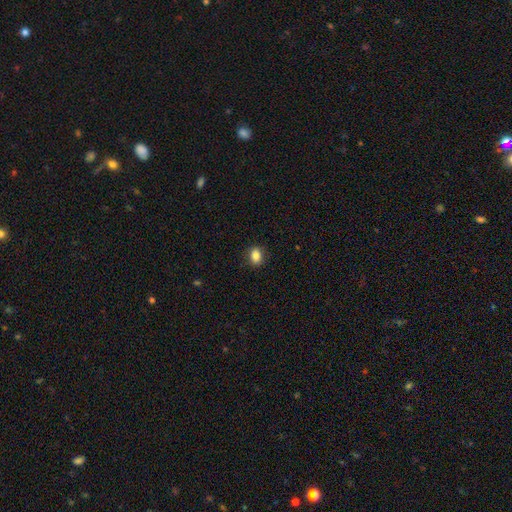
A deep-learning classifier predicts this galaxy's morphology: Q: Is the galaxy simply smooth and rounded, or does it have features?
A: smooth — 86%.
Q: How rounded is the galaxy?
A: in between — 59%.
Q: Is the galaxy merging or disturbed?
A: none — 87%.